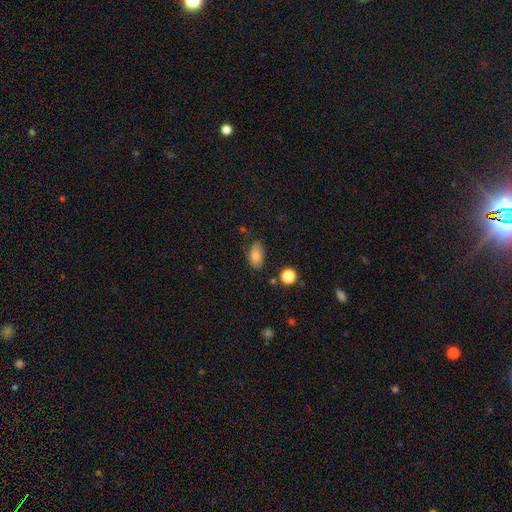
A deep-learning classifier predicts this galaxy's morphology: Smooth or featured: smooth — 82% (featured or disk — 9%)
How rounded: in between — 90% (round — 7%)
Merging: none — 73% (minor disturbance — 20%)